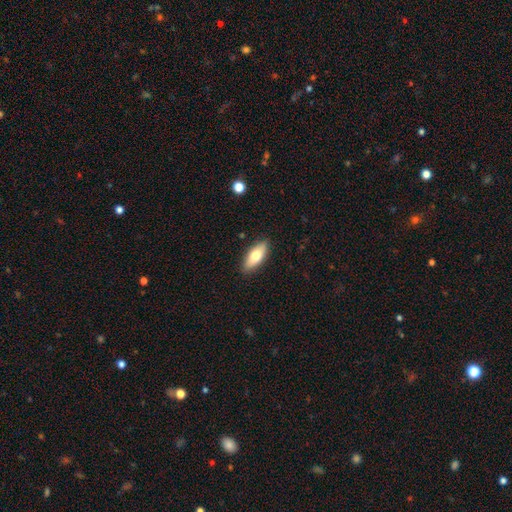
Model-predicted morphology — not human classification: This is likely a smooth galaxy (70%). How rounded: likely in between (73%). Merging: clearly none (88%).